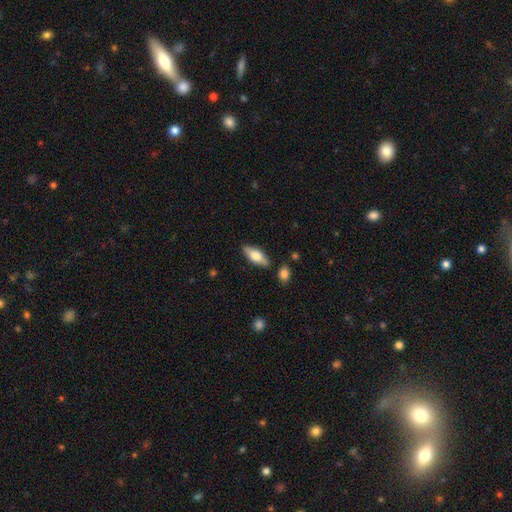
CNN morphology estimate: Smooth or featured?
  - smooth: 64% *
  - featured or disk: 29%
  - star or artifact: 6%
How rounded?
  - in between: 75% *
  - cigar-shaped: 22%
  - round: 3%
Merging?
  - none: 83% *
  - minor disturbance: 11%
  - merger: 3%
  - major disturbance: 3%